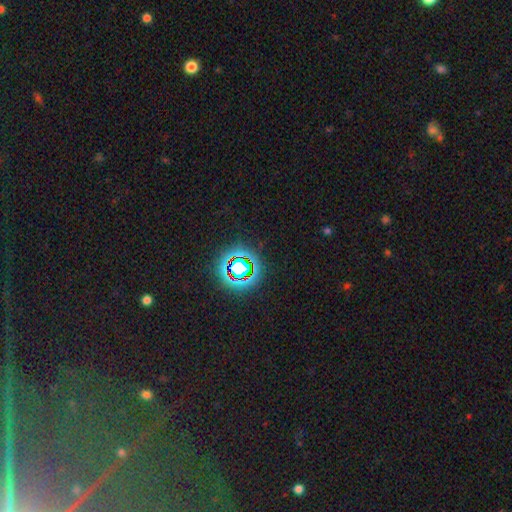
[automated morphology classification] star or artifact 71%, smooth 18%, featured or disk 11%.